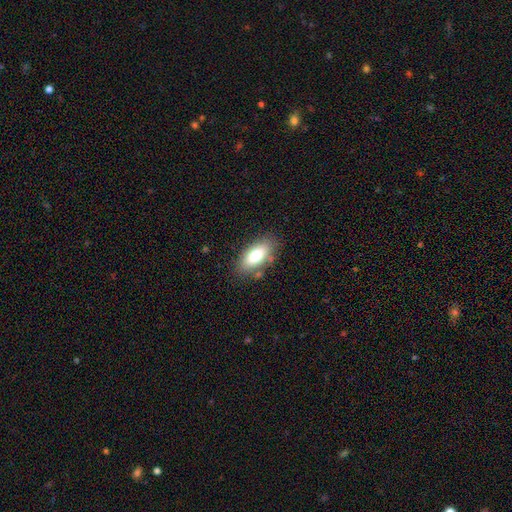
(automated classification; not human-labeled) The model was most divided on "smooth or featured": smooth: 74%, featured or disk: 18%, star or artifact: 7%. More confident: how rounded — in between (86%); merging — none (80%).